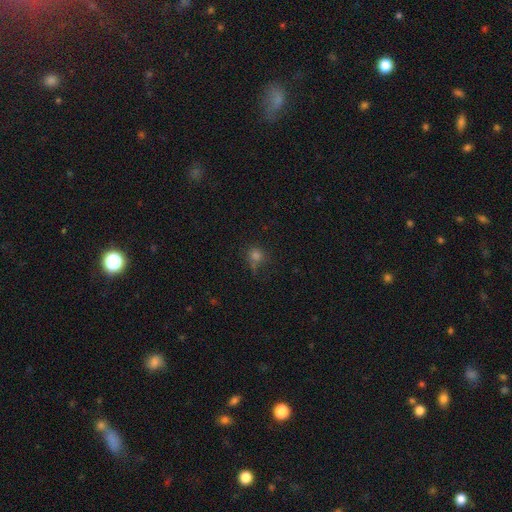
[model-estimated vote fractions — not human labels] smooth-or-featured: smooth: 69% | star or artifact: 23% | featured or disk: 8%
  how-rounded: round: 84% | in between: 14% | cigar-shaped: 1%
  merging: none: 60% | minor disturbance: 22% | major disturbance: 12% | merger: 6%